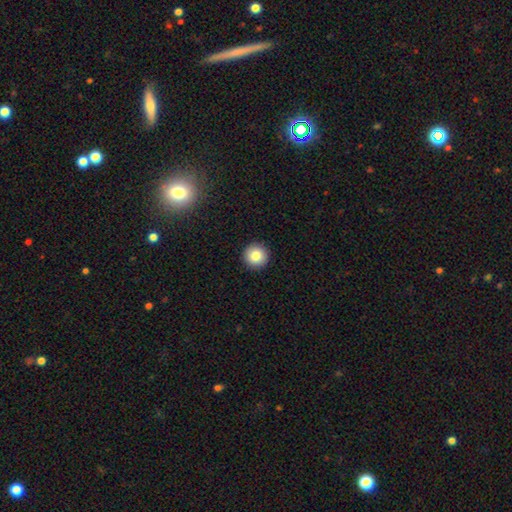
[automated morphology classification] A smooth galaxy with no disk features (84%) that is round (96%).

Vote fractions:
- Smooth or featured? smooth: 84% / star or artifact: 9% / featured or disk: 7%
- How rounded? round: 96% / in between: 3% / cigar-shaped: 1%
- Merging? none: 93% / minor disturbance: 4% / major disturbance: 1% / merger: 1%